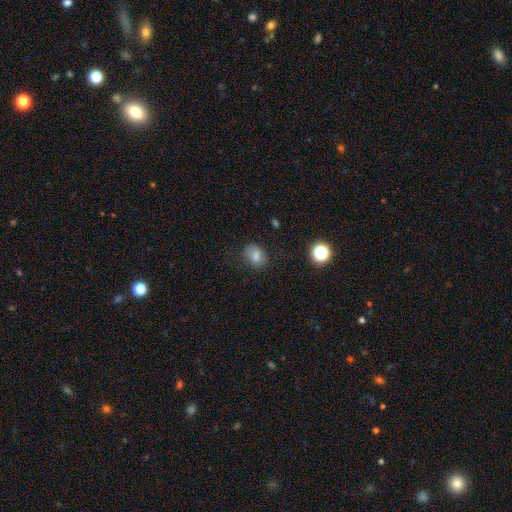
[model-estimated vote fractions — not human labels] Morphology: type=smooth (78%); roundness=in between (55%); merging=none (74%).